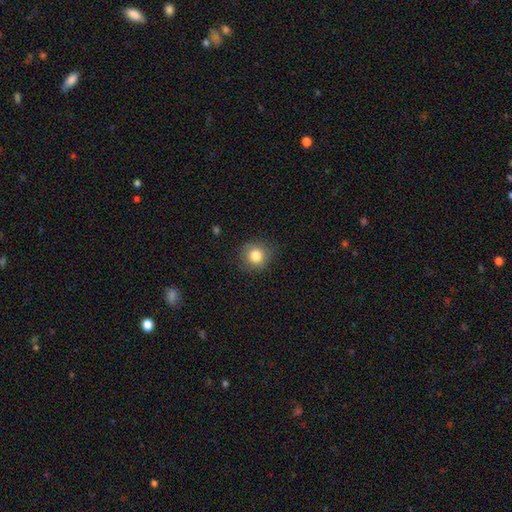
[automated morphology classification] This is clearly a smooth galaxy (82%). How rounded: clearly round (87%). Merging: clearly none (84%).